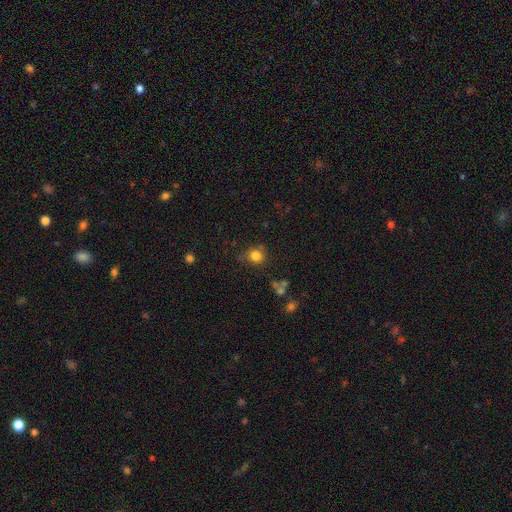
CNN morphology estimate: Smooth or featured? smooth (82%)
How rounded? round (87%)
Merging? none (76%)